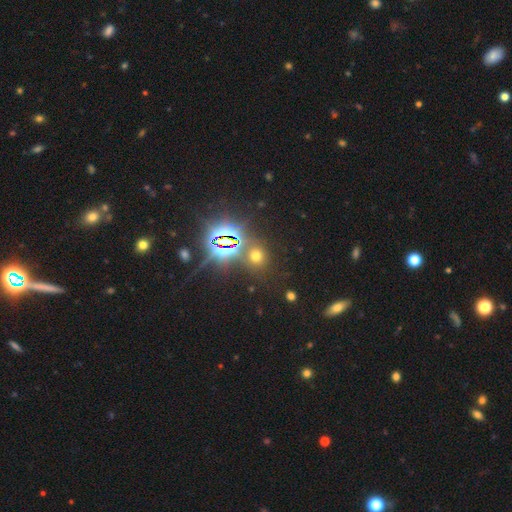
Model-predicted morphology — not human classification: The model was most divided on "smooth or featured": smooth: 47%, star or artifact: 45%, featured or disk: 8%. More confident: merging — none (77%).